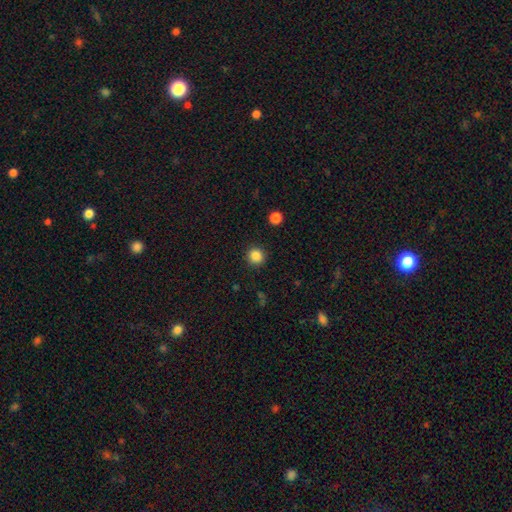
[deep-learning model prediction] Q: Smooth or featured?
A: smooth (86%); runner-up: star or artifact (11%)
Q: How rounded?
A: round (92%); runner-up: in between (7%)
Q: Merging?
A: none (91%); runner-up: minor disturbance (5%)